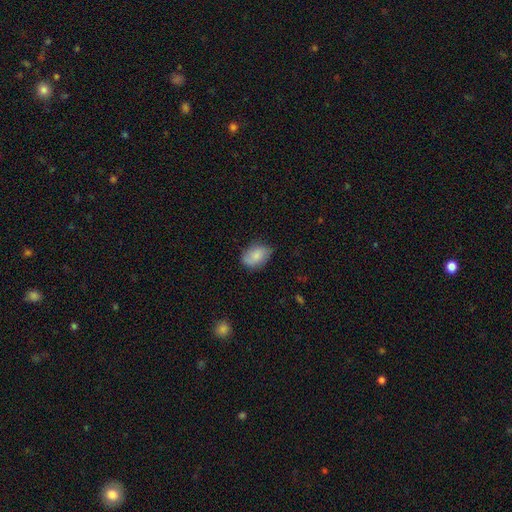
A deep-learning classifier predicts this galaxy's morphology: Smooth or featured?
  - smooth: 79% *
  - featured or disk: 14%
  - star or artifact: 7%
How rounded?
  - in between: 85% *
  - round: 14%
  - cigar-shaped: 1%
Merging?
  - none: 68% *
  - minor disturbance: 25%
  - major disturbance: 5%
  - merger: 1%